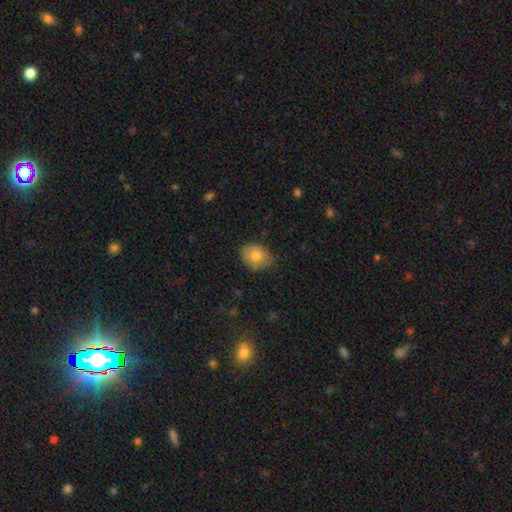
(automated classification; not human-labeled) Smooth or featured: smooth — 74% (featured or disk — 17%)
How rounded: in between — 63% (round — 36%)
Merging: none — 66% (minor disturbance — 28%)